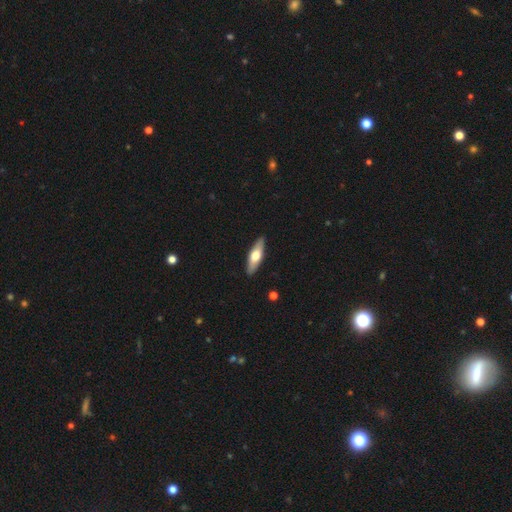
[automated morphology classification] The model was most divided on "how rounded" (2-way tie): cigar-shaped: 49%, in between: 49%, round: 2%. More confident: merging — none (90%); smooth or featured — smooth (55%).